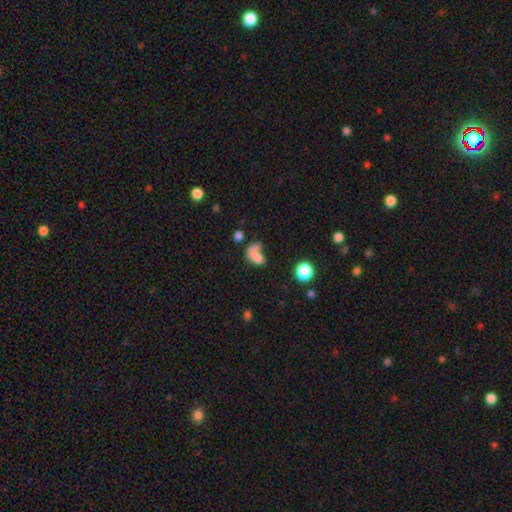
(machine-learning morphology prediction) The model was most divided on "merging": merger: 31%, major disturbance: 29%, none: 24%, minor disturbance: 16%. More confident: how rounded — in between (76%); smooth or featured — smooth (68%).